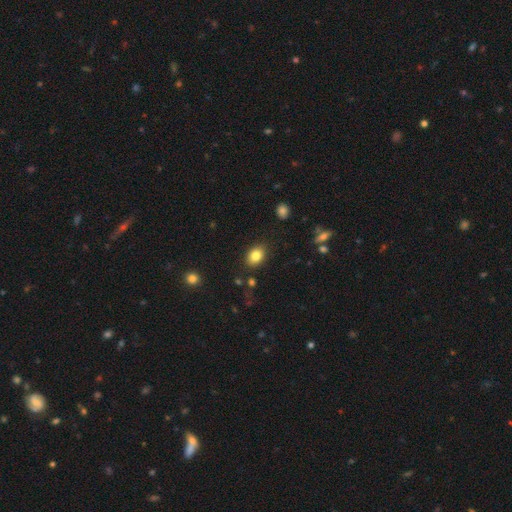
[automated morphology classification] This is clearly a smooth galaxy (83%). How rounded: likely in between (73%). Merging: clearly none (86%).